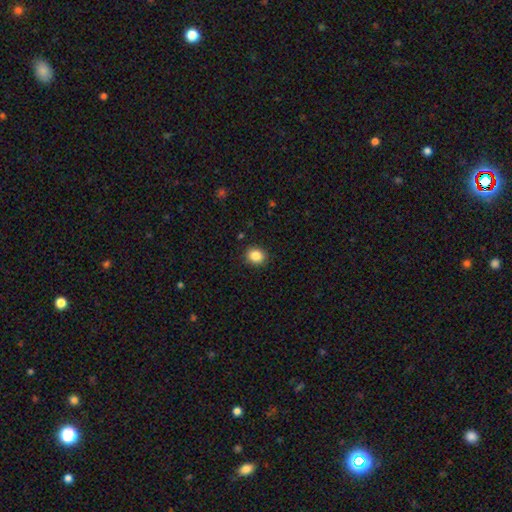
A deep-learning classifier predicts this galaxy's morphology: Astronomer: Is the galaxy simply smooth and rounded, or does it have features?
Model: smooth — 86%.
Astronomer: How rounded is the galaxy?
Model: round — 62% (runner-up: in between, 37%).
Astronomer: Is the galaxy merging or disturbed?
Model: none — 89%.